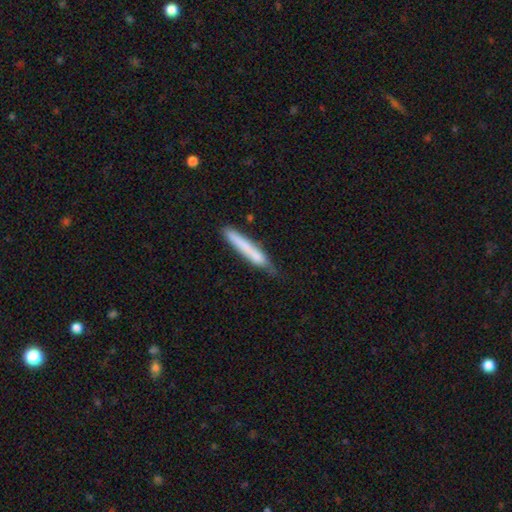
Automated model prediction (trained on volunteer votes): Q: Smooth or featured?
A: smooth (70%); runner-up: featured or disk (24%)
Q: How rounded?
A: cigar-shaped (92%); runner-up: in between (6%)
Q: Merging?
A: none (64%); runner-up: minor disturbance (25%)